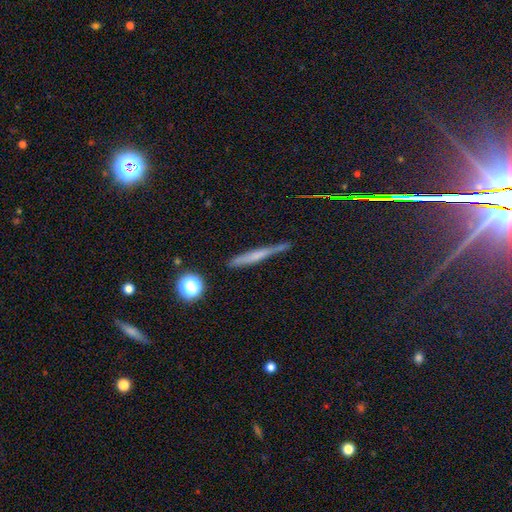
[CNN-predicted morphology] A smooth galaxy with no disk features (46%). Merging: none (80%).